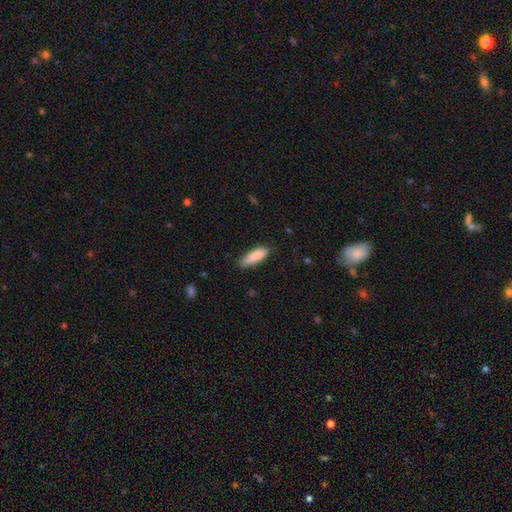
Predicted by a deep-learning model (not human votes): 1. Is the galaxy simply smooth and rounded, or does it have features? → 87% smooth, 7% featured or disk, 6% star or artifact.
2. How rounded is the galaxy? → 50% in between, 49% cigar-shaped, 2% round.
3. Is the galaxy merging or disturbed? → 74% none, 21% minor disturbance, 3% major disturbance, 1% merger.